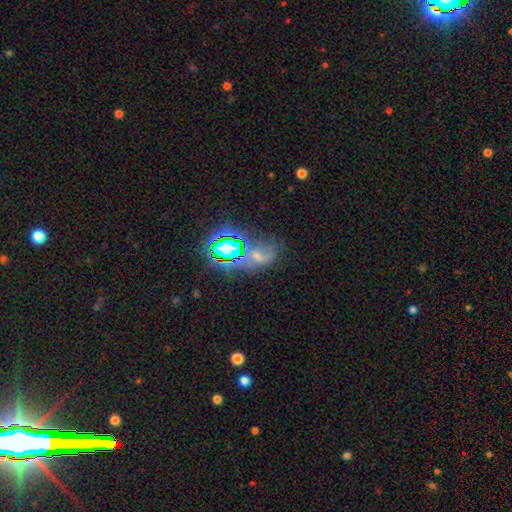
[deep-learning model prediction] This is possibly a star or artifact rather than a galaxy (47%).